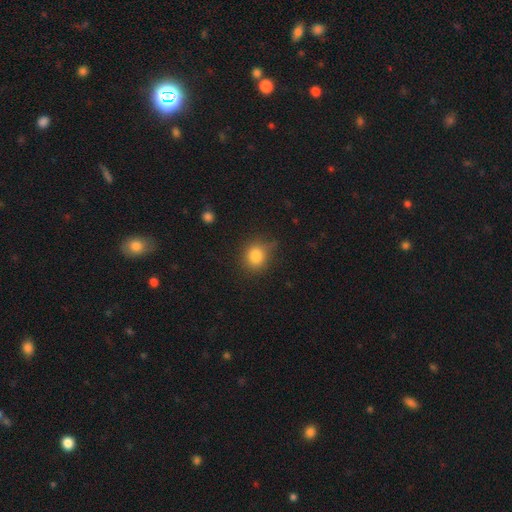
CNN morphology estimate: type=smooth (83%); roundness=round (76%); merging=none (70%).